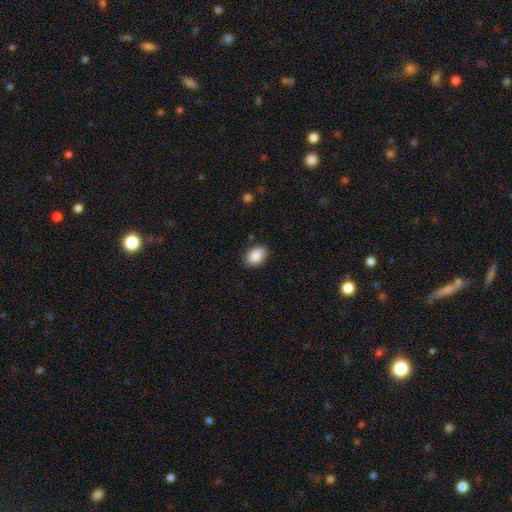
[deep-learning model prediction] Q: Smooth or featured?
A: smooth (89%); runner-up: star or artifact (7%)
Q: How rounded?
A: in between (85%); runner-up: round (14%)
Q: Merging?
A: none (83%); runner-up: minor disturbance (14%)